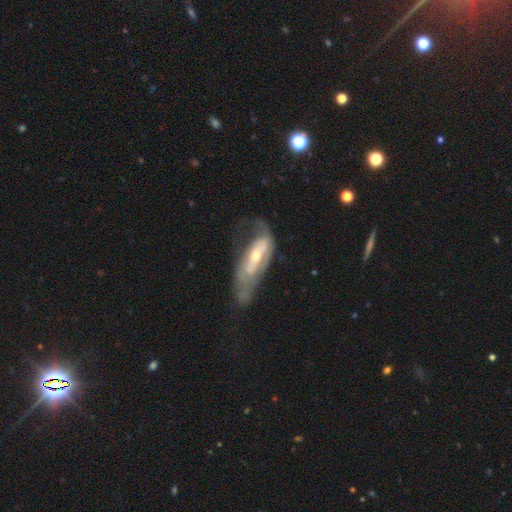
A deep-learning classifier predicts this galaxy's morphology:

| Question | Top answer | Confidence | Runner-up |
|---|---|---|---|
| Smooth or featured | featured or disk | 67% | smooth (27%) |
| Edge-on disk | no | 81% | yes (19%) |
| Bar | no | 48% | weak (28%) |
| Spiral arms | yes | 57% | no (43%) |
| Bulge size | moderate | 49% | small (45%) |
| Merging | major disturbance | 40% | none (31%) |